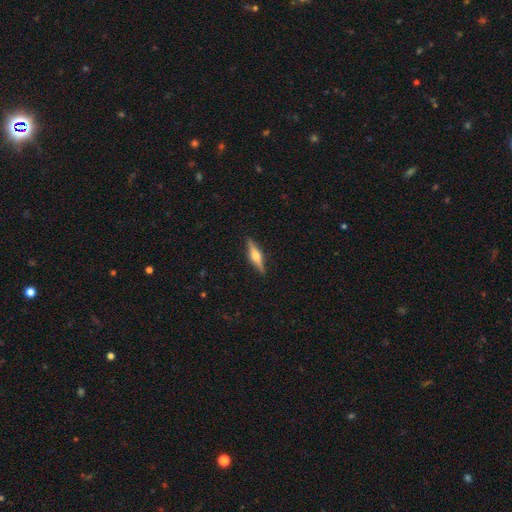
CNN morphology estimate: A featured or disk galaxy (67%) viewed edge-on (97%) with a rounded central bulge (89%). Merging: none (90%).